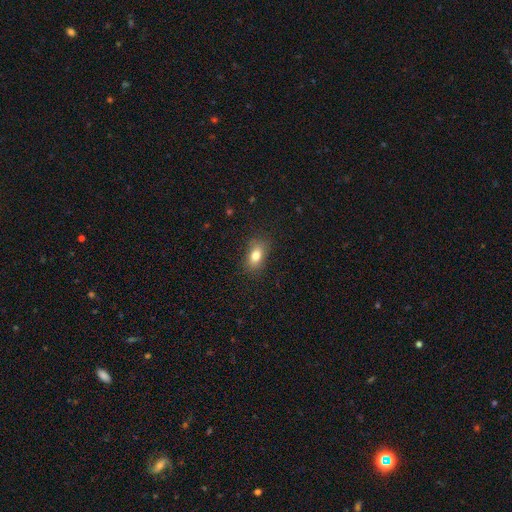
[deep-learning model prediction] Smooth or featured? smooth (80%)
How rounded? in between (83%)
Merging? none (83%)